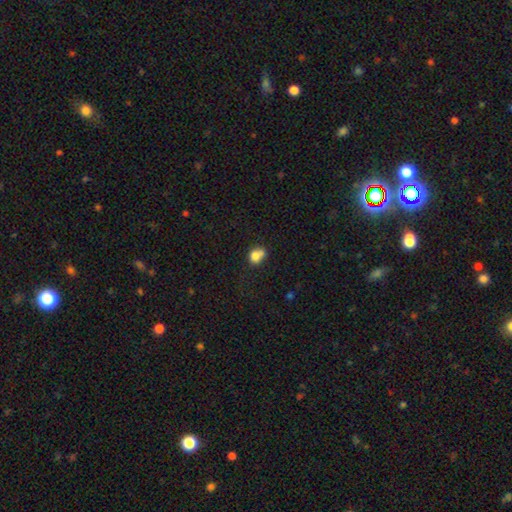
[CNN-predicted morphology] Q: Smooth or featured?
A: smooth (77%); runner-up: featured or disk (12%)
Q: How rounded?
A: round (53%); runner-up: in between (46%)
Q: Merging?
A: merger (36%); tied with: none (36%)